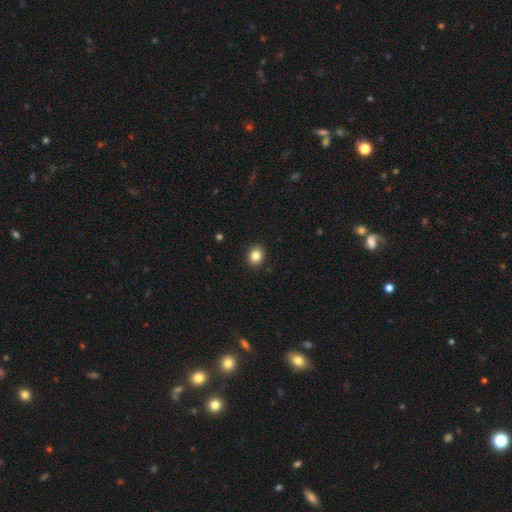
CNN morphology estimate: Overall: smooth (84%). How rounded: round (66%; in between 33%). Merging: none (91%).